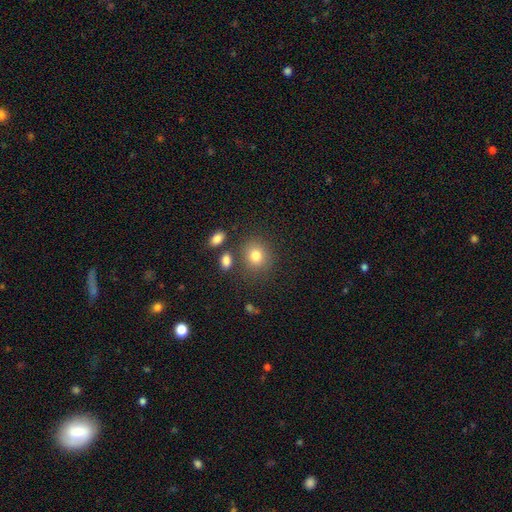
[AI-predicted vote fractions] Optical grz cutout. It shows a smooth galaxy with no disk features (81%) that is round (76%). Merging: none (77%).